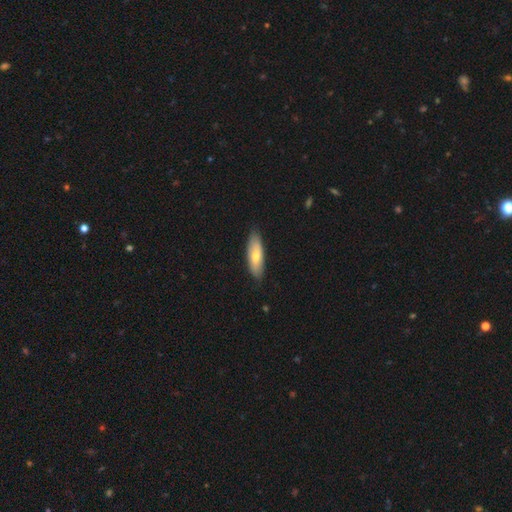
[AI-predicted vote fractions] A smooth galaxy with no disk features (68%) that is in between round and cigar-shaped (61%). Merging: none (84%).